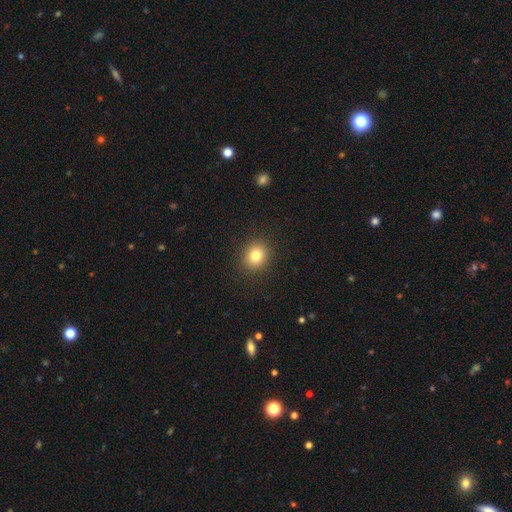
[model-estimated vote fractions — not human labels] Smooth or featured? Predicted: smooth (p=0.81). How rounded? Predicted: round (p=0.77). Merging? Predicted: none (p=0.90).